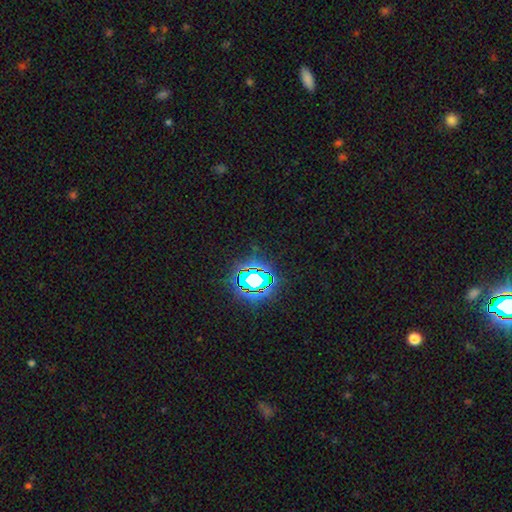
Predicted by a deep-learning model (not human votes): star or artifact 78%, smooth 14%, featured or disk 8%.